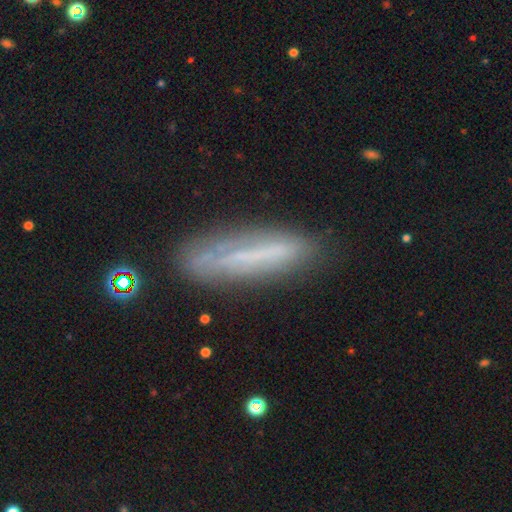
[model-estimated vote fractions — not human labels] The model was most divided on "smooth or featured": featured or disk: 51%, smooth: 39%, star or artifact: 10%. More confident: merging — none (70%); edge-on disk — yes (68%).